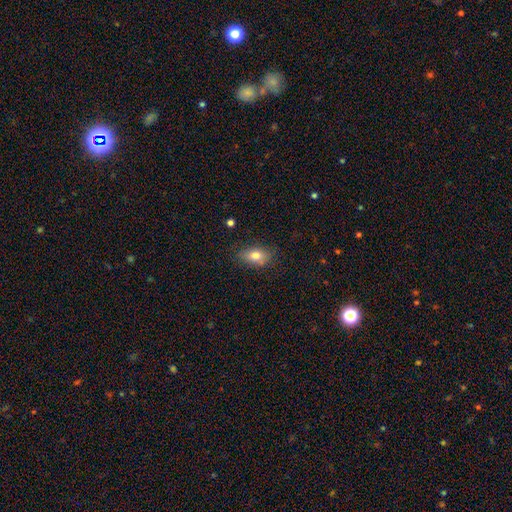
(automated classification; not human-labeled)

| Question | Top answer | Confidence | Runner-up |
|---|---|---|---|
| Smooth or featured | smooth | 78% | featured or disk (14%) |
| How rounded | in between | 85% | round (11%) |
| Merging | none | 79% | minor disturbance (16%) |